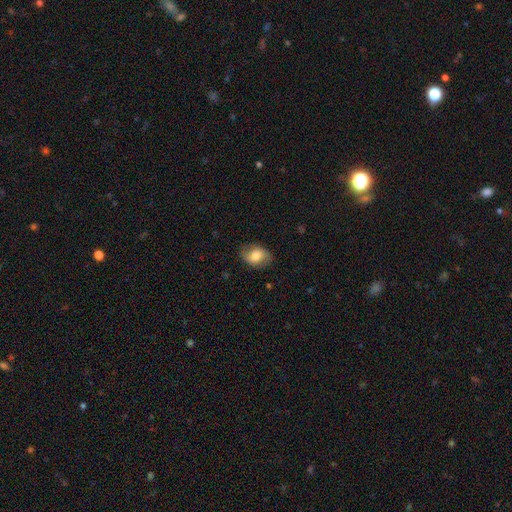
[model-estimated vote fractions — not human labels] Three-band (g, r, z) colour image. It shows a smooth galaxy with no disk features (65%) that is in between round and cigar-shaped (76%). Merging: none (81%).